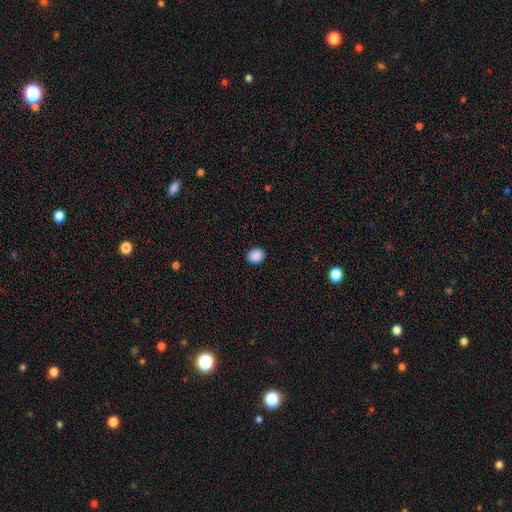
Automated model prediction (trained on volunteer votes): This is clearly a smooth galaxy (89%). How rounded: likely round (61%). Merging: clearly none (91%).